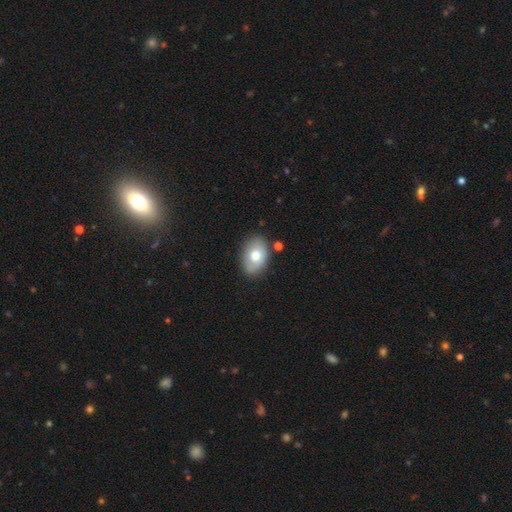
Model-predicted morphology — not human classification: type=smooth (74%); roundness=in between (83%); merging=none (81%).